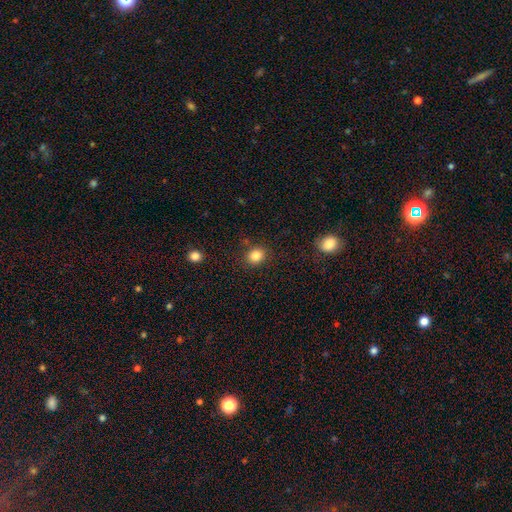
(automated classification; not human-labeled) Smooth or featured? smooth (84%)
How rounded? round (65%)
Merging? none (85%)